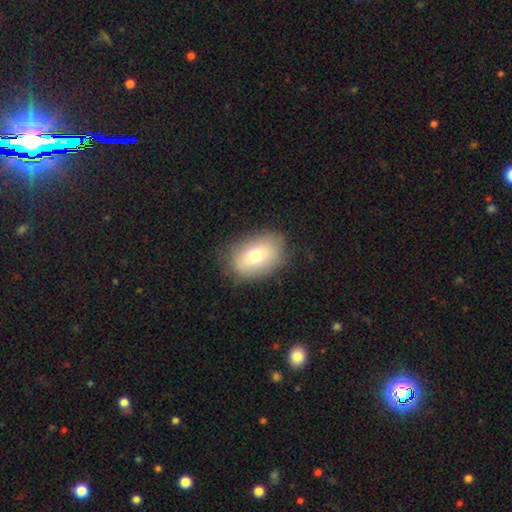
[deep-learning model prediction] Morphology: type=smooth (71%); roundness=in between (83%); merging=none (82%).